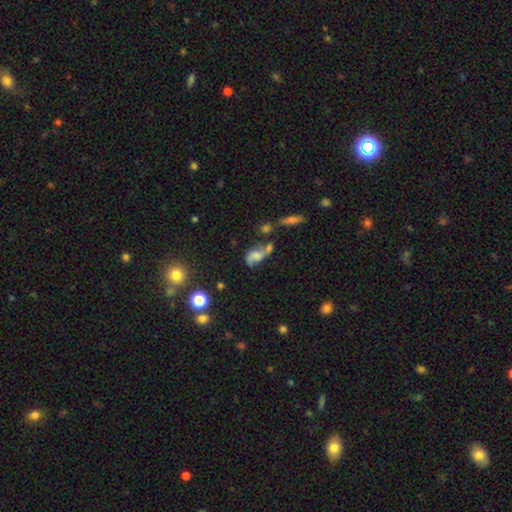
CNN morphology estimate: A featured or disk galaxy (45%).

Vote fractions:
- Smooth or featured? featured or disk: 45% / smooth: 41% / star or artifact: 14%
- Merging? none: 33% / merger: 30% / minor disturbance: 21% / major disturbance: 16%